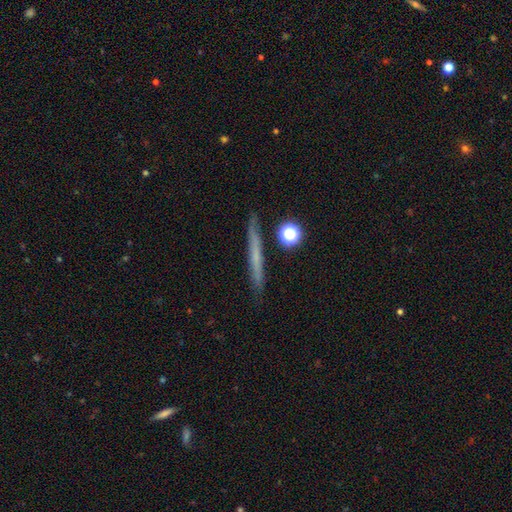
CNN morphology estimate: Overall: smooth (46%; featured or disk 44%). Merging: none (87%).